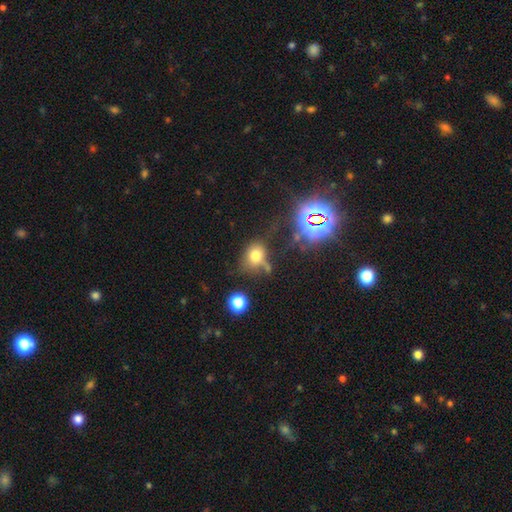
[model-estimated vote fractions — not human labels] This appears to be a smooth galaxy with no disk features (69%) that is round (53%). Merging: none (50%).